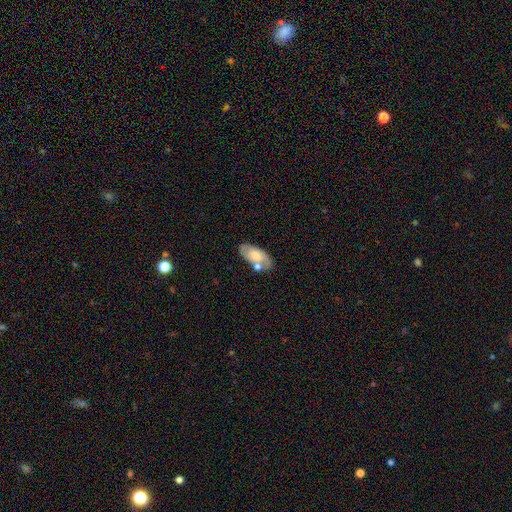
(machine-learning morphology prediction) This is possibly a smooth galaxy (50%). Merging: possibly none (59%).